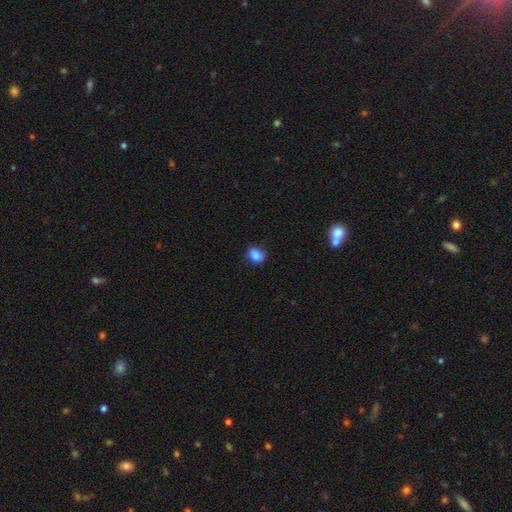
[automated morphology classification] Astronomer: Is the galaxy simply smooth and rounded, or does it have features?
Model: smooth — 85%.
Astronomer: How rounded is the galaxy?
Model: round — 59% (runner-up: in between, 40%).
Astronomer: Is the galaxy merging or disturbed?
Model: none — 85%.